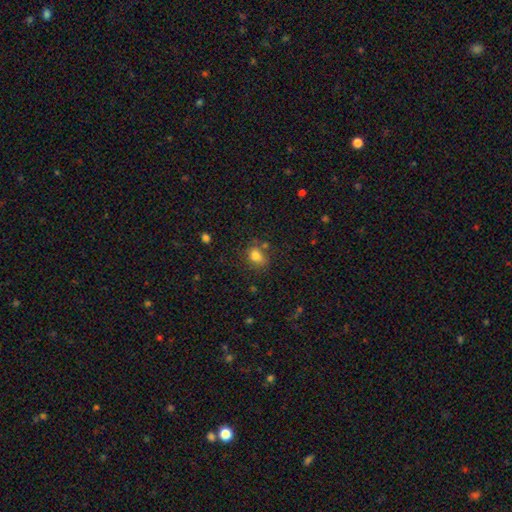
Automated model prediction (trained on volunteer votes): Smooth or featured: smooth — 80% (star or artifact — 11%)
How rounded: in between — 70% (round — 28%)
Merging: none — 64% (minor disturbance — 20%)